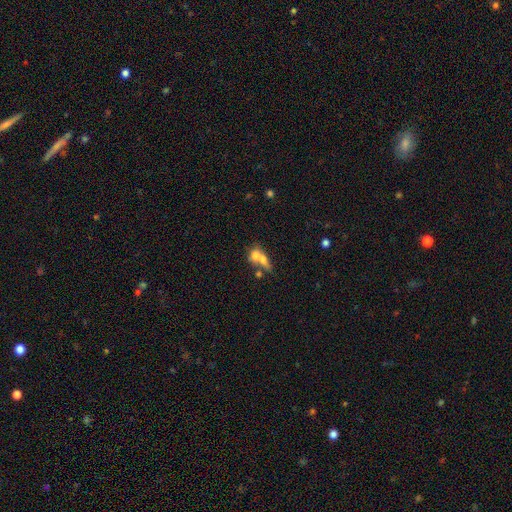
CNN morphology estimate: Smooth or featured? smooth (65%)
How rounded? in between (55%)
Merging? merger (65%)